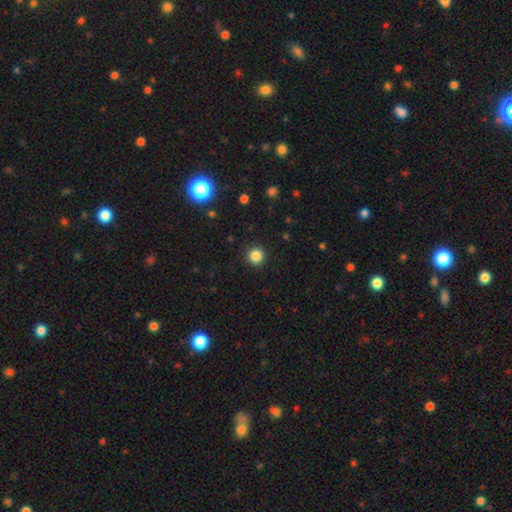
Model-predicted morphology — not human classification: The model was most divided on "smooth or featured": smooth: 85%, star or artifact: 12%, featured or disk: 4%. More confident: how rounded — round (95%); merging — none (92%).